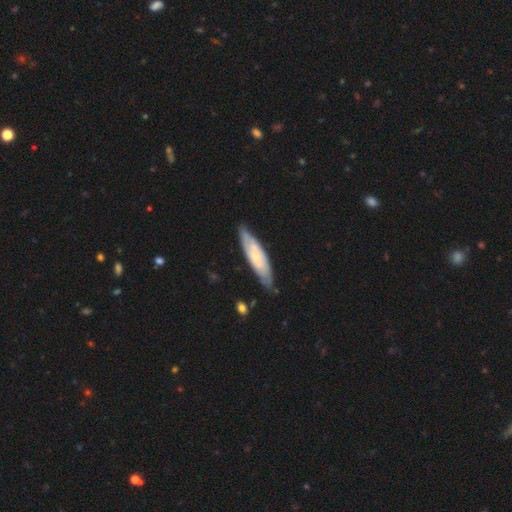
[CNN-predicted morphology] Q: Smooth or featured?
A: featured or disk (56%); runner-up: smooth (39%)
Q: Edge-on disk?
A: no (61%); runner-up: yes (39%)
Q: Merging?
A: none (78%); runner-up: minor disturbance (17%)